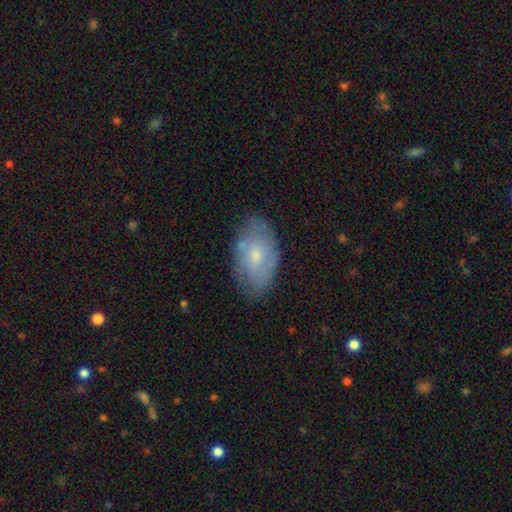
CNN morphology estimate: Smooth or featured?
  - smooth: 53% *
  - featured or disk: 40%
  - star or artifact: 7%
How rounded?
  - in between: 92% *
  - round: 6%
  - cigar-shaped: 2%
Merging?
  - none: 76% *
  - minor disturbance: 18%
  - major disturbance: 4%
  - merger: 2%